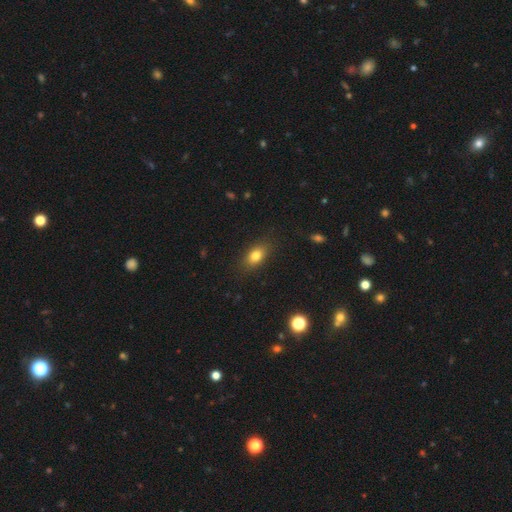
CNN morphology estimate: type=smooth (80%); roundness=in between (81%); merging=none (85%).